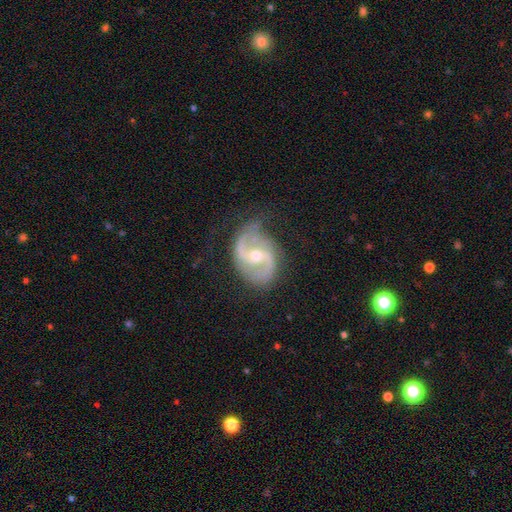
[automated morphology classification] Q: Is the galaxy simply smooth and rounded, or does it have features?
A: featured or disk — 90%.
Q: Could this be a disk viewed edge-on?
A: no — 98%.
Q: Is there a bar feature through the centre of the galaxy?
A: weak — 46%.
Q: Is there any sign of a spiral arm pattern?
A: yes — 97%.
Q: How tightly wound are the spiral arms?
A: medium — 50%.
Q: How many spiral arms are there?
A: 2 — 93%.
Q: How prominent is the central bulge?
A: moderate — 49%.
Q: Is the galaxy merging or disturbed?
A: none — 71%.